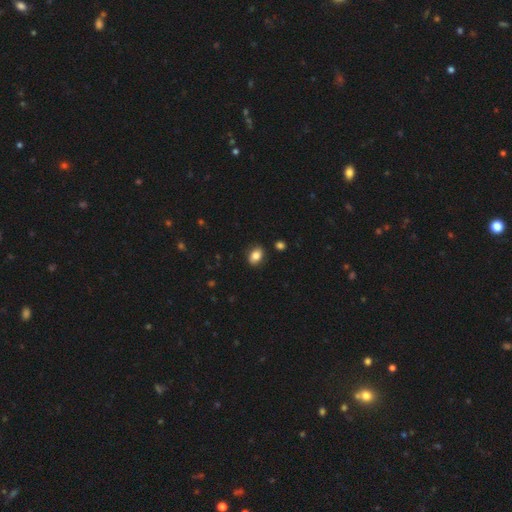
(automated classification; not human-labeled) Smooth or featured?
  - smooth: 85% *
  - star or artifact: 8%
  - featured or disk: 7%
How rounded?
  - in between: 77% *
  - round: 22%
  - cigar-shaped: 1%
Merging?
  - none: 86% *
  - minor disturbance: 10%
  - major disturbance: 2%
  - merger: 2%